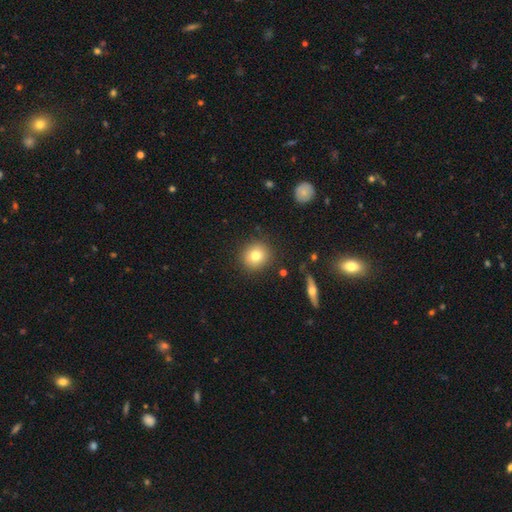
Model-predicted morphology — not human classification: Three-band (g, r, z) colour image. It shows a smooth galaxy with no disk features (78%) that is round (86%). Merging: none (88%).